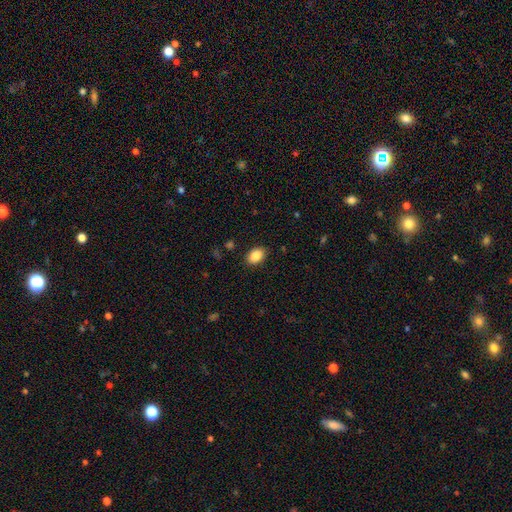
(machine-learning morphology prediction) smooth-or-featured: smooth: 87% | star or artifact: 8% | featured or disk: 5%
  how-rounded: in between: 85% | round: 14% | cigar-shaped: 1%
  merging: none: 88% | minor disturbance: 9% | major disturbance: 2% | merger: 1%